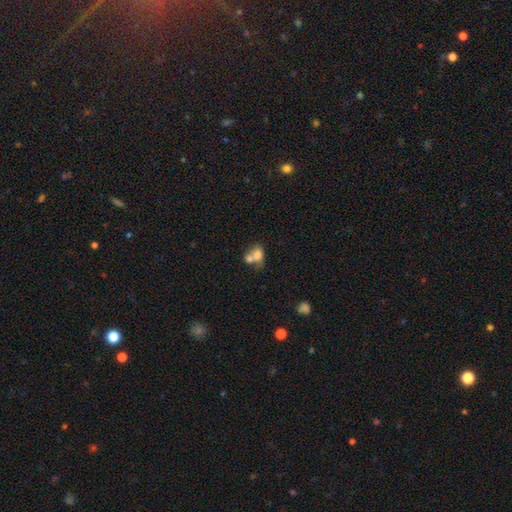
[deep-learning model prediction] smooth 72%, featured or disk 18%, star or artifact 10%. Down the decision tree: how rounded — in between (64%); merging — merger (65%).